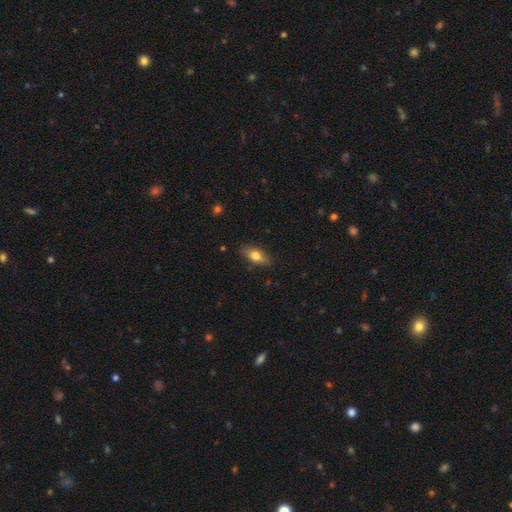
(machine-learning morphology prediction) smooth_or_featured: smooth (p=0.74) [alt: featured or disk p=0.19]
how_rounded: in between (p=0.81) [alt: cigar-shaped p=0.13]
merging: none (p=0.84) [alt: minor disturbance p=0.13]